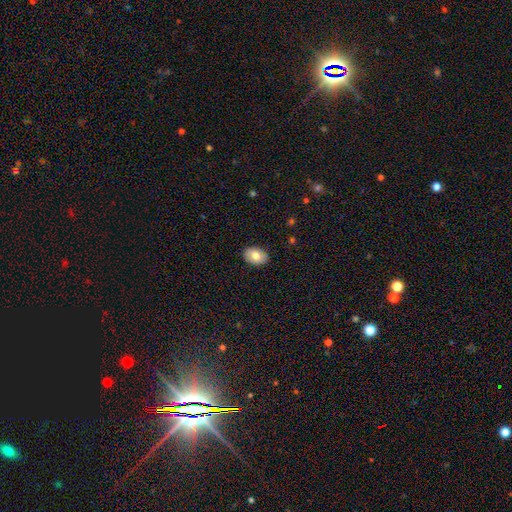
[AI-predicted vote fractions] Smooth or featured? smooth (76%)
How rounded? in between (83%)
Merging? none (89%)